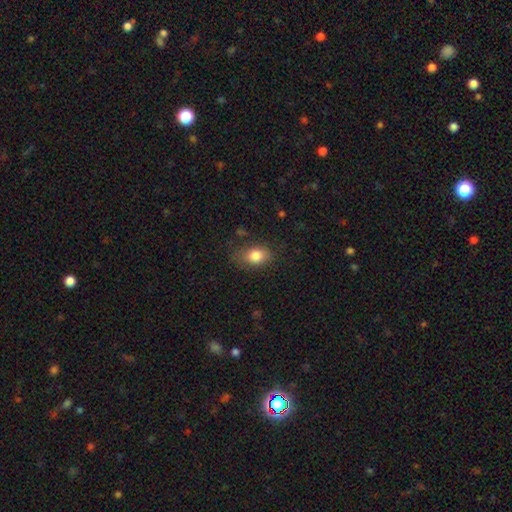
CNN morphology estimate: Smooth or featured? Predicted: smooth (p=0.82). How rounded? Predicted: in between (p=0.76). Merging? Predicted: none (p=0.71).